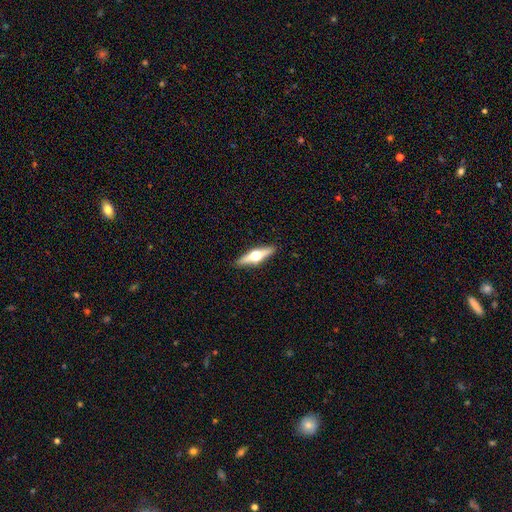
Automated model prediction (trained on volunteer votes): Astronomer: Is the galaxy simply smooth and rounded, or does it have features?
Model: featured or disk — 69%.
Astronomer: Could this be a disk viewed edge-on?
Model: yes — 97%.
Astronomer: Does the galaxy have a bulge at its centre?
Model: rounded — 96%.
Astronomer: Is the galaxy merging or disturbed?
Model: none — 91%.